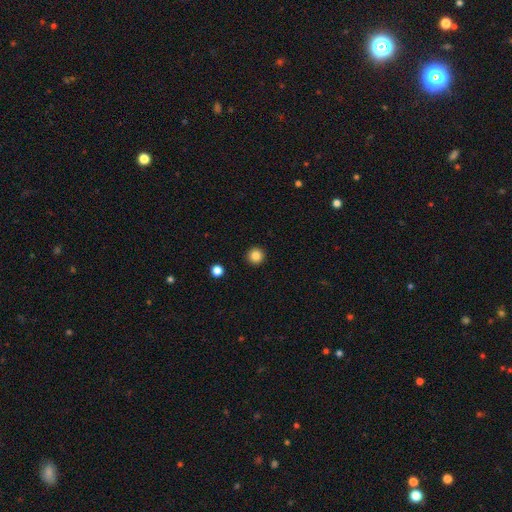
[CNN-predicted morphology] Smooth or featured? Predicted: smooth (p=0.85). How rounded? Predicted: round (p=0.96). Merging? Predicted: none (p=0.93).